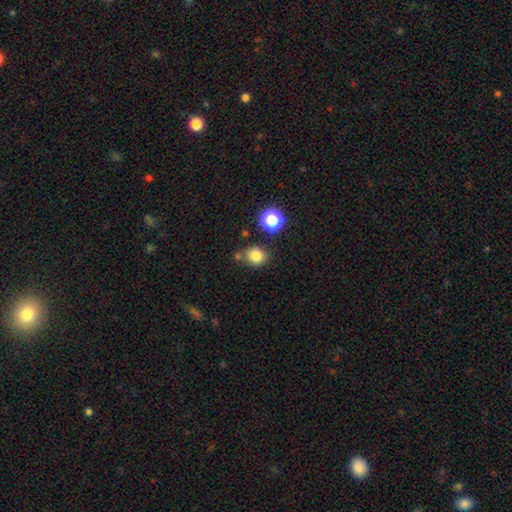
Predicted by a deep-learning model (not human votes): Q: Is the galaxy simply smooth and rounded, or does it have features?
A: smooth — 81%.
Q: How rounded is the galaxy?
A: round — 73%.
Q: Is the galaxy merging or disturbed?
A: none — 74%.